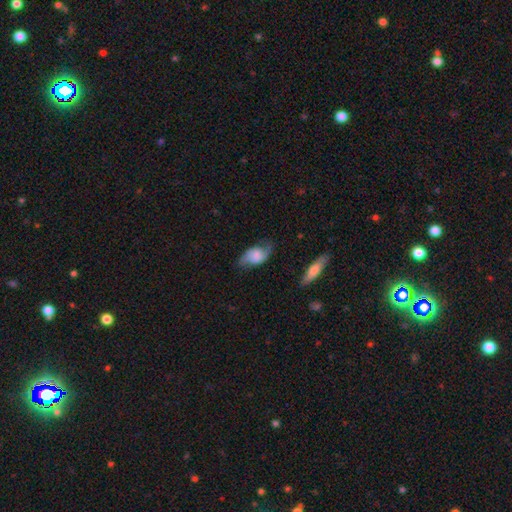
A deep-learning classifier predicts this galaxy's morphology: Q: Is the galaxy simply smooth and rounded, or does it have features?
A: featured or disk — 49%.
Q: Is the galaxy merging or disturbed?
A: none — 59%.